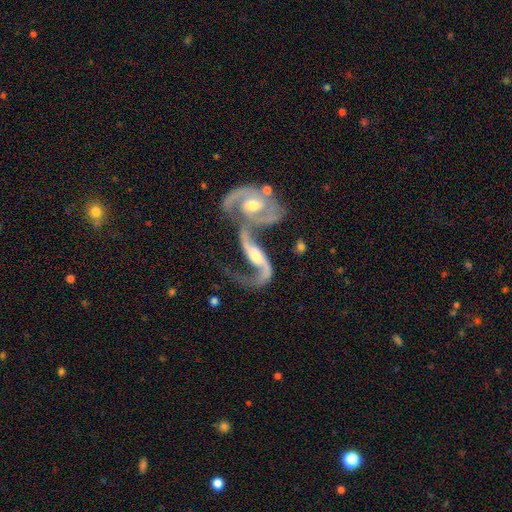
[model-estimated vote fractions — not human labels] This is clearly a featured or disk galaxy (87%). It is clearly not viewed edge-on (93%). Bar: marginally no (40%). Spiral arm pattern: clearly yes (94%). Spiral arm count: likely 2 (79%). Spiral winding: likely loose (66%). Central bulge: likely moderate (60%). Merging: likely merger (72%).